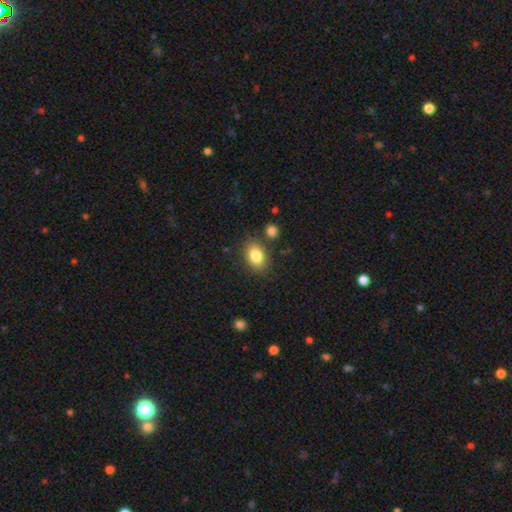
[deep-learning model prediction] smooth 83%, star or artifact 8%, featured or disk 8%. Down the decision tree: how rounded — in between (80%); merging — none (80%).